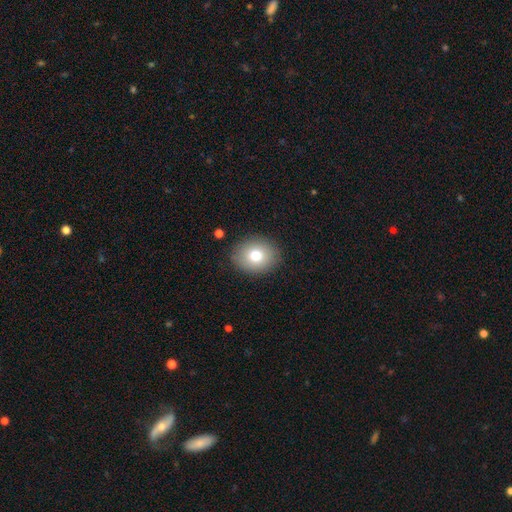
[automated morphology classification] smooth 79%, featured or disk 12%, star or artifact 9%. Down the decision tree: how rounded — round (55%); merging — none (87%).